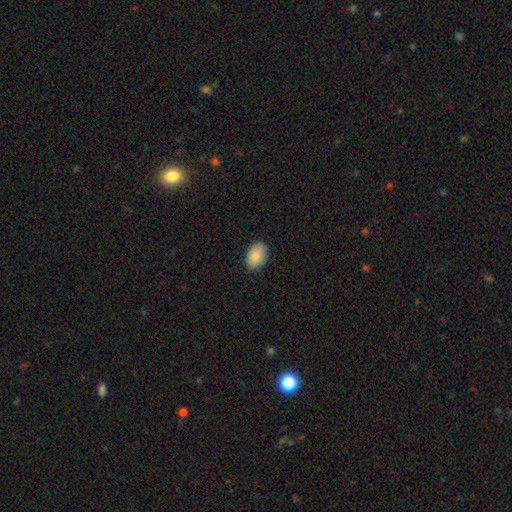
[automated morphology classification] Overall: smooth (88%). How rounded: in between (87%). Merging: none (87%).